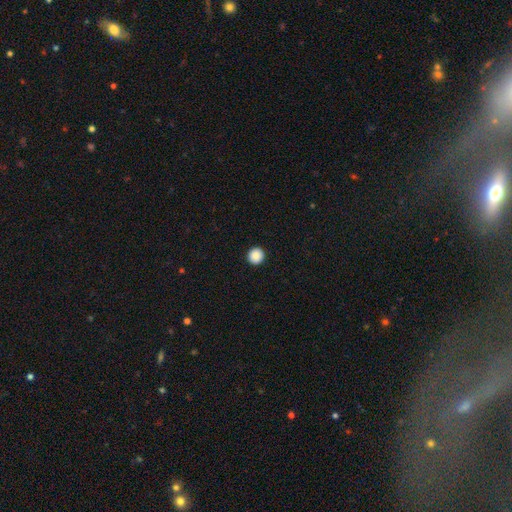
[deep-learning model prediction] Smooth or featured? Predicted: smooth (p=0.89). How rounded? Predicted: round (p=0.94). Merging? Predicted: none (p=0.93).